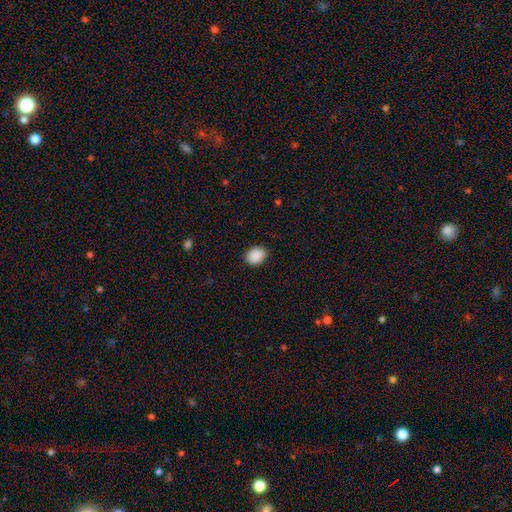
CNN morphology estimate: Smooth or featured: smooth — 90% (star or artifact — 7%)
How rounded: in between — 63% (round — 36%)
Merging: none — 88% (minor disturbance — 8%)